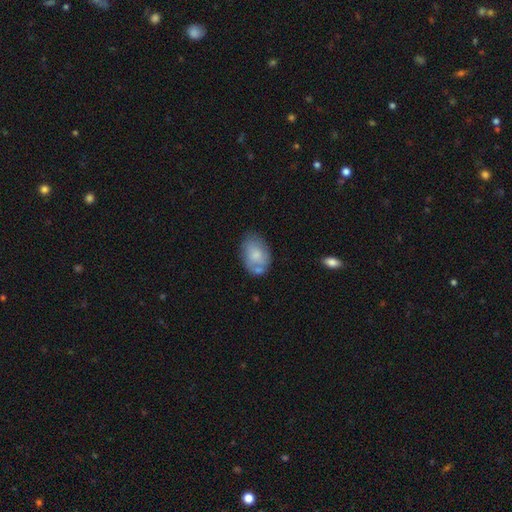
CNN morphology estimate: Smooth or featured?
  - smooth: 68% *
  - featured or disk: 25%
  - star or artifact: 7%
How rounded?
  - in between: 87% *
  - round: 12%
  - cigar-shaped: 1%
Merging?
  - none: 55% *
  - minor disturbance: 25%
  - merger: 12%
  - major disturbance: 7%